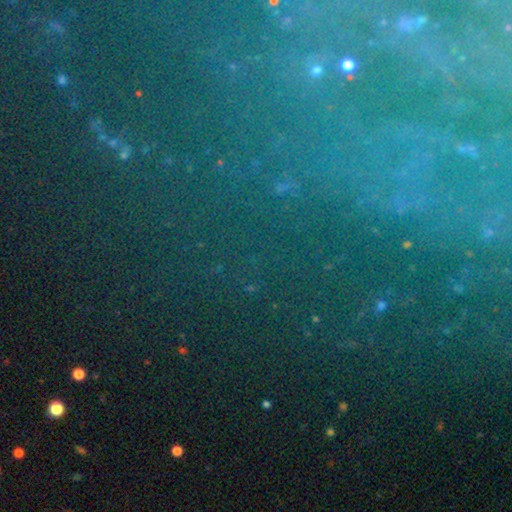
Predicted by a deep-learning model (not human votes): smooth-or-featured: star or artifact: 63% | featured or disk: 21% | smooth: 15%